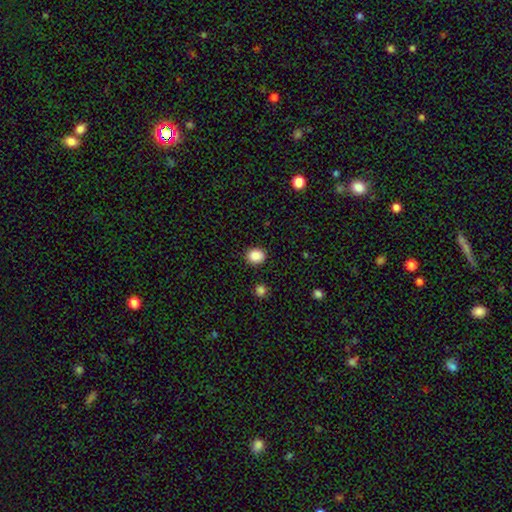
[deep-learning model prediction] Smooth or featured: smooth — 88% (star or artifact — 9%)
How rounded: round — 68% (in between — 31%)
Merging: none — 89% (minor disturbance — 7%)